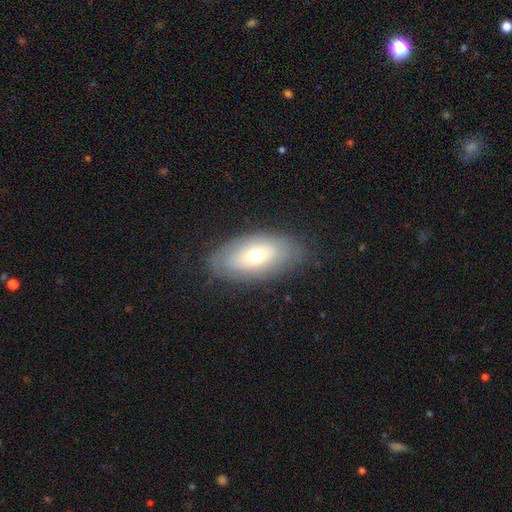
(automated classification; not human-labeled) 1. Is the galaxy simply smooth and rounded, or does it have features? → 56% smooth, 36% featured or disk, 8% star or artifact.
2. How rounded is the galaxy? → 92% in between, 5% round, 4% cigar-shaped.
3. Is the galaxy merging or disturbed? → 79% none, 15% minor disturbance, 5% major disturbance, 1% merger.